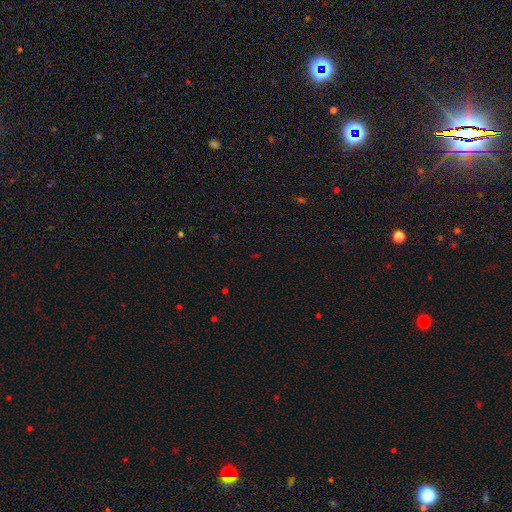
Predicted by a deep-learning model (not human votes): A star or artifact, not a galaxy (67%).

Vote fractions:
- Smooth or featured? star or artifact: 67% / smooth: 26% / featured or disk: 7%